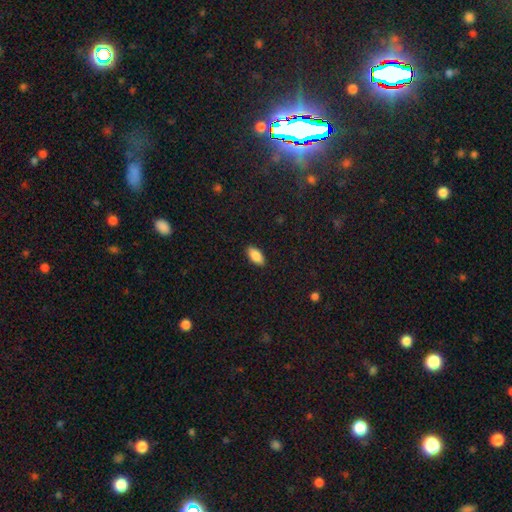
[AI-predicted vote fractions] smooth 88%, star or artifact 7%, featured or disk 5%. Down the decision tree: how rounded — in between (91%); merging — none (89%).